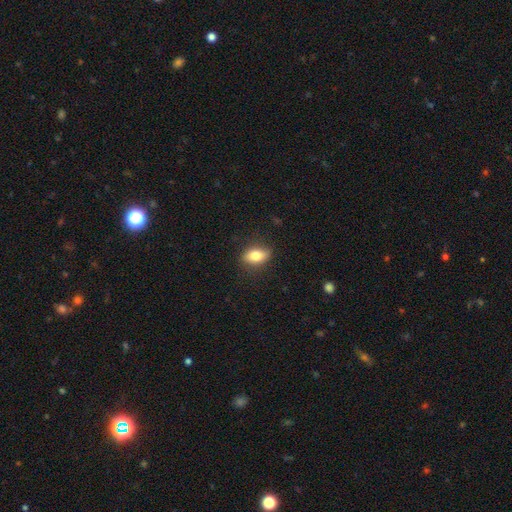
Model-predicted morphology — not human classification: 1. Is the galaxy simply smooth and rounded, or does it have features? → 78% smooth, 15% featured or disk, 8% star or artifact.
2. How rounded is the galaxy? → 82% in between, 13% round, 6% cigar-shaped.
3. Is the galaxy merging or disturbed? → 83% none, 13% minor disturbance, 3% major disturbance, 1% merger.